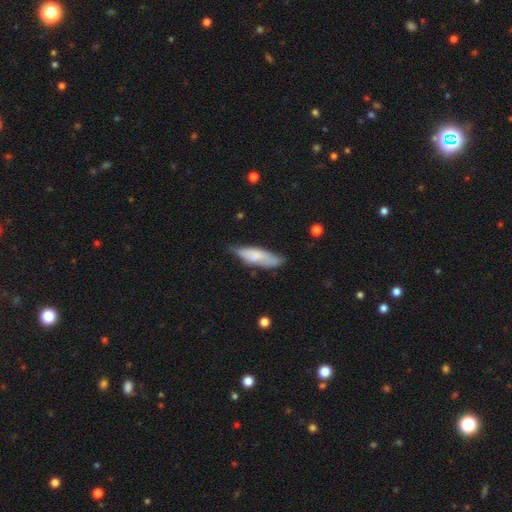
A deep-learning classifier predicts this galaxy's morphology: Smooth or featured?
  - smooth: 68% *
  - featured or disk: 25%
  - star or artifact: 7%
How rounded?
  - cigar-shaped: 56% *
  - in between: 43%
  - round: 2%
Merging?
  - none: 58% *
  - minor disturbance: 31%
  - major disturbance: 7%
  - merger: 3%